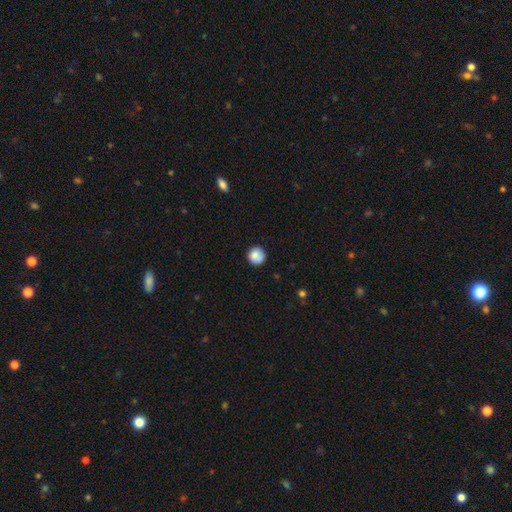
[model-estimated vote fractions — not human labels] A smooth galaxy with no disk features (86%) that is round (94%). Merging: none (84%).